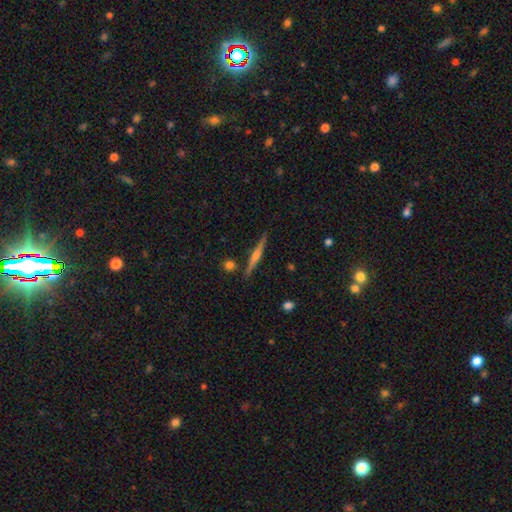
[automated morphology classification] A featured or disk galaxy (74%) viewed edge-on (98%) with a rounded central bulge (78%).

Vote fractions:
- Smooth or featured? featured or disk: 74% / smooth: 20% / star or artifact: 7%
- Edge-on disk? yes: 98% / no: 2%
- Edge-on bulge? rounded: 78% / none: 12% / boxy: 10%
- Merging? none: 90% / minor disturbance: 6% / merger: 2% / major disturbance: 1%